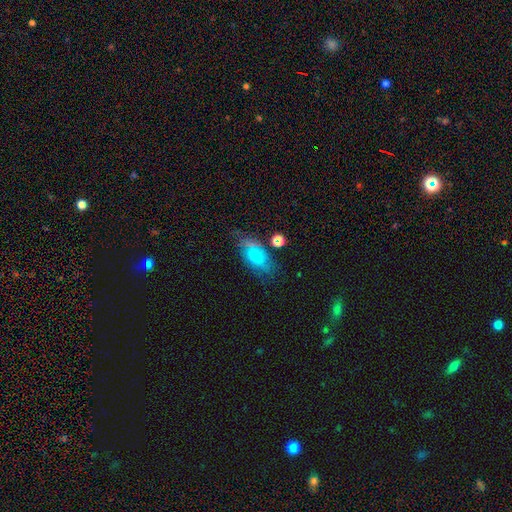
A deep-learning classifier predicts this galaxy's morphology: Overall: smooth (57%; featured or disk 29%). How rounded: in between (82%). Merging: none (61%; minor disturbance 23%).